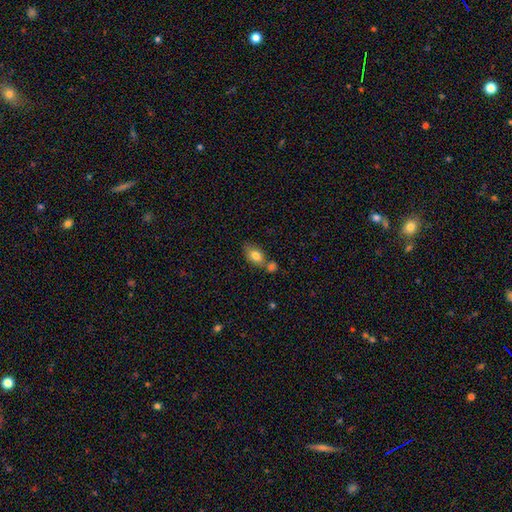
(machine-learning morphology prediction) type=smooth (80%); roundness=in between (86%); merging=none (49%).